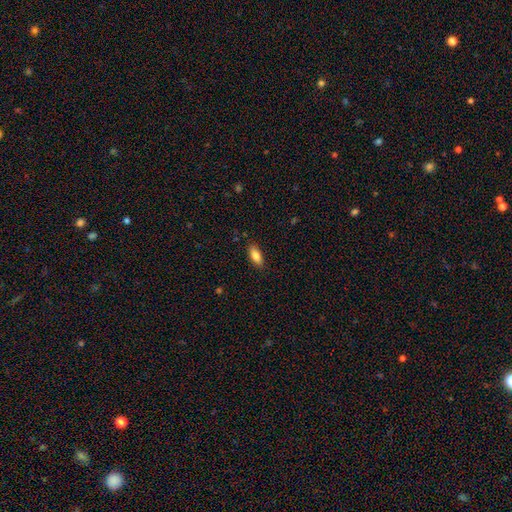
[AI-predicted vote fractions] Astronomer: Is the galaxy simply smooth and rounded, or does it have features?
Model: smooth — 83%.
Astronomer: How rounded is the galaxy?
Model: in between — 80%.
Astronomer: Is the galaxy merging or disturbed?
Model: none — 87%.